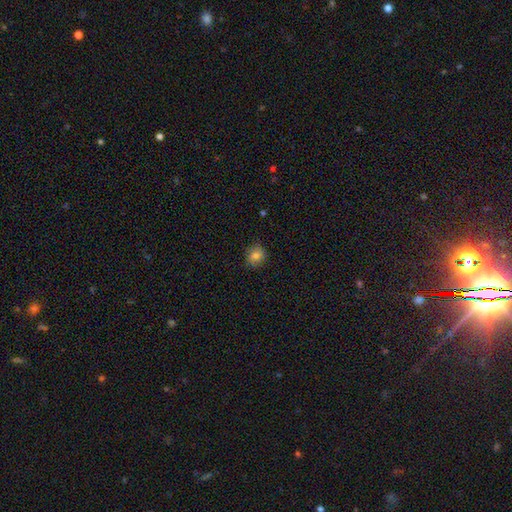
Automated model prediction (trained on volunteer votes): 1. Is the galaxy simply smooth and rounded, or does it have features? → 78% smooth, 12% featured or disk, 10% star or artifact.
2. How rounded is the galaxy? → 78% round, 20% in between, 1% cigar-shaped.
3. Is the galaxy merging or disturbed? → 84% none, 12% minor disturbance, 3% major disturbance, 1% merger.